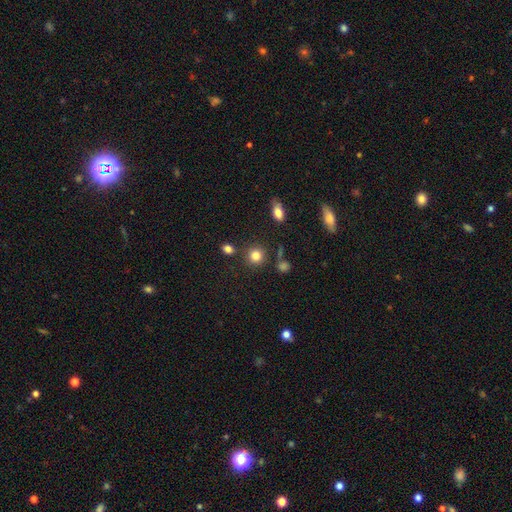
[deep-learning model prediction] Smooth or featured? smooth (82%)
How rounded? round (89%)
Merging? none (82%)